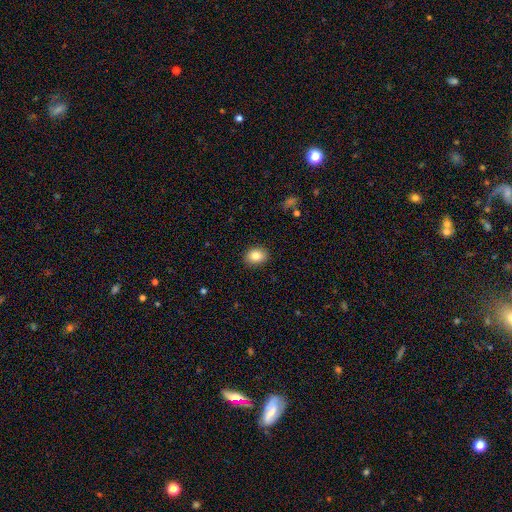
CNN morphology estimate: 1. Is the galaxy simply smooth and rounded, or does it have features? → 83% smooth, 9% star or artifact, 8% featured or disk.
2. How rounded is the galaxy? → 54% in between, 45% round, 1% cigar-shaped.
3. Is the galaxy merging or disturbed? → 89% none, 8% minor disturbance, 2% major disturbance, 1% merger.